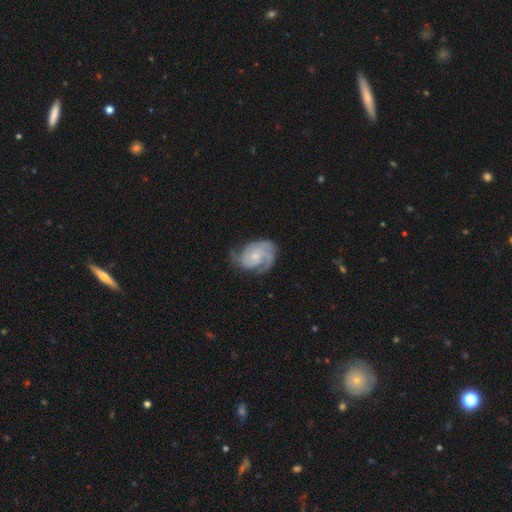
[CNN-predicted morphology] A featured or disk galaxy (84%) with no bar (68%), 2 (41%) tight (50%) spiral arms (97%) and a small central bulge (59%). Merging: none (64%).